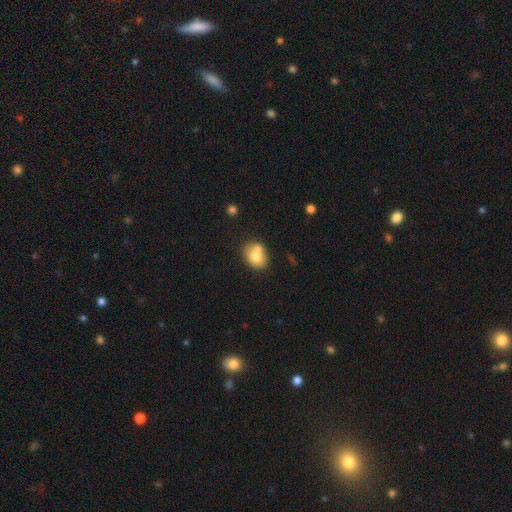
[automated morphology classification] This is likely a smooth galaxy (73%). How rounded: possibly in between (56%). Merging: possibly none (52%).